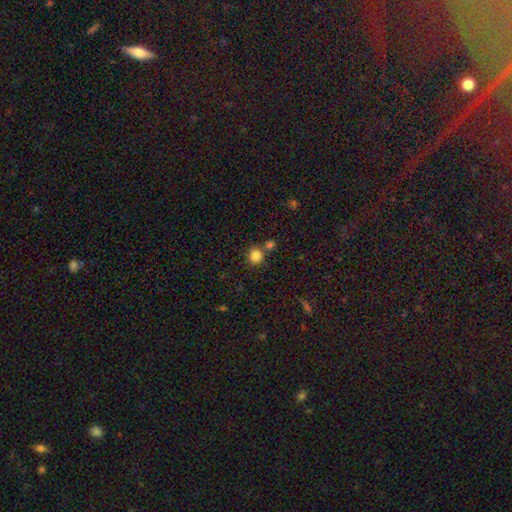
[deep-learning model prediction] A smooth galaxy with no disk features (85%) that is round (89%).

Vote fractions:
- Smooth or featured? smooth: 85% / star or artifact: 11% / featured or disk: 4%
- How rounded? round: 89% / in between: 10% / cigar-shaped: 1%
- Merging? none: 68% / merger: 20% / minor disturbance: 9% / major disturbance: 3%